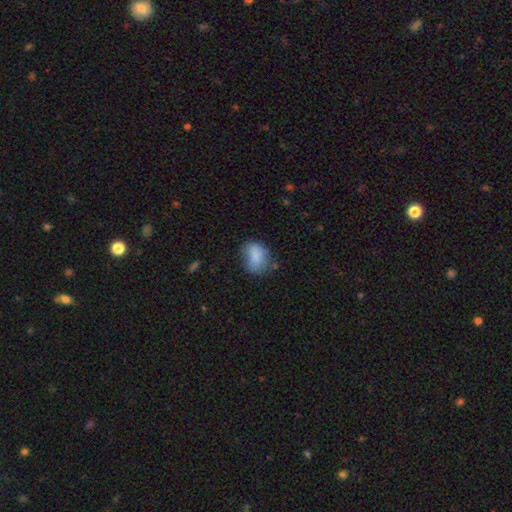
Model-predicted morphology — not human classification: Smooth or featured? smooth (81%)
How rounded? in between (63%)
Merging? none (53%)